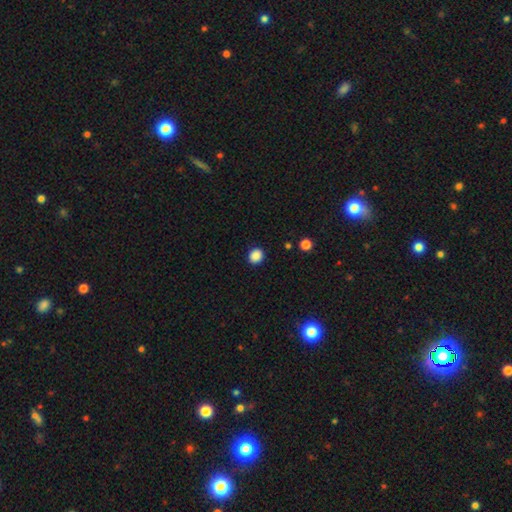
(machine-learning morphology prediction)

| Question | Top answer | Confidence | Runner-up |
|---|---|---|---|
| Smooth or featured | smooth | 88% | star or artifact (10%) |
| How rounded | round | 77% | in between (22%) |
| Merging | none | 91% | minor disturbance (6%) |